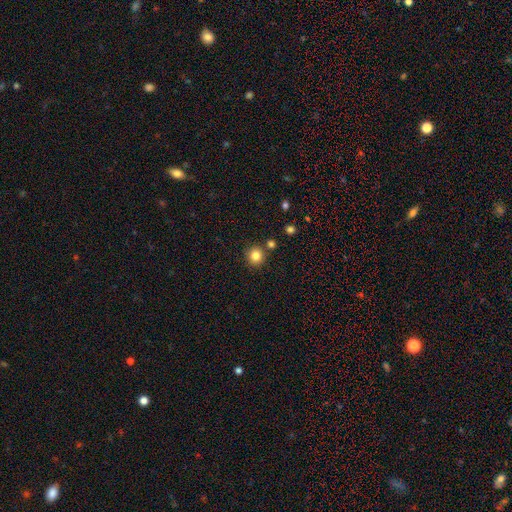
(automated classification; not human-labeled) Smooth or featured? Predicted: smooth (p=0.83). How rounded? Predicted: round (p=0.94). Merging? Predicted: none (p=0.84).